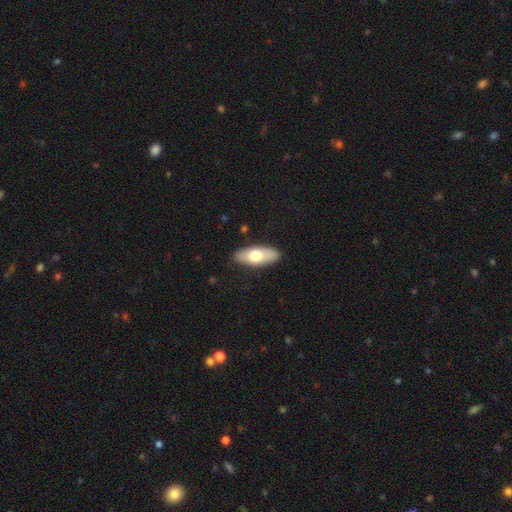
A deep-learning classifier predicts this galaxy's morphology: smooth-or-featured: smooth: 65% | featured or disk: 29% | star or artifact: 5%
  how-rounded: in between: 82% | cigar-shaped: 16% | round: 3%
  merging: none: 87% | minor disturbance: 9% | major disturbance: 2% | merger: 1%